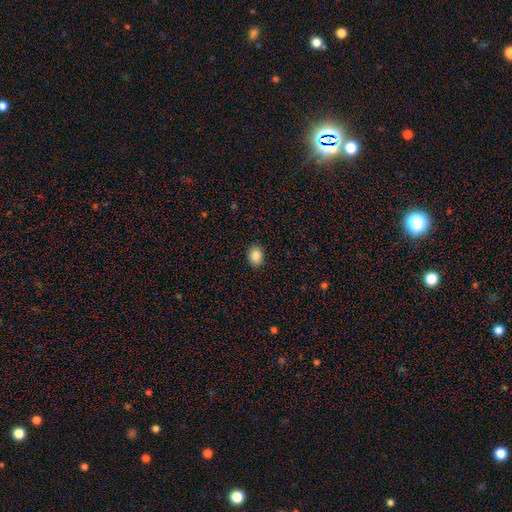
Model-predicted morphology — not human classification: Smooth or featured? Predicted: smooth (p=0.86). How rounded? Predicted: in between (p=0.66). Merging? Predicted: none (p=0.90).